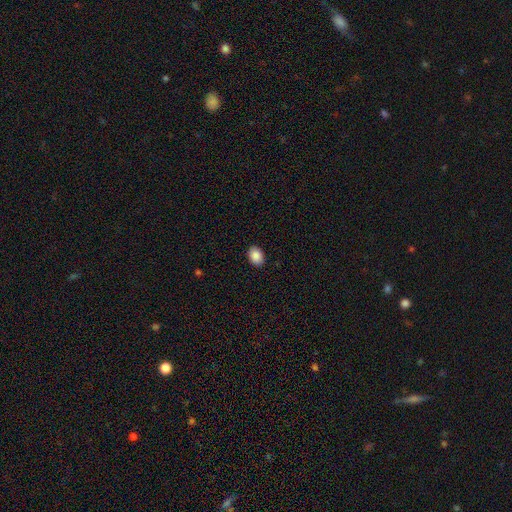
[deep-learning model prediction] Overall: smooth (89%). How rounded: in between (76%). Merging: none (90%).